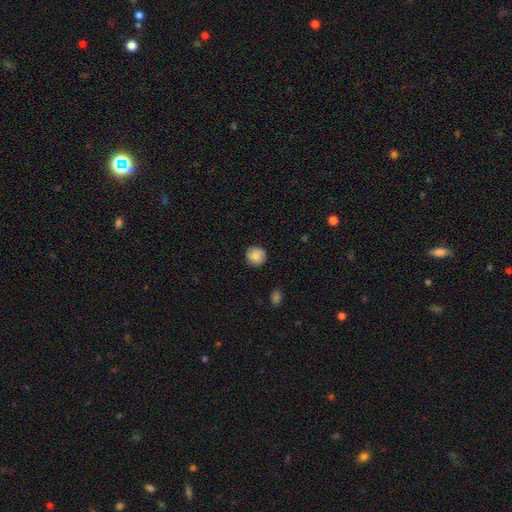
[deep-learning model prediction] Smooth or featured? smooth (82%)
How rounded? round (92%)
Merging? none (87%)